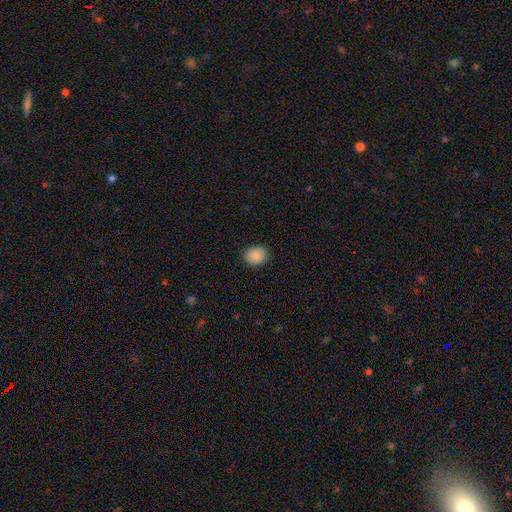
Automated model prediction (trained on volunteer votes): The model was most divided on "how rounded": round: 53%, in between: 46%, cigar-shaped: 1%. More confident: smooth or featured — smooth (87%); merging — none (86%).